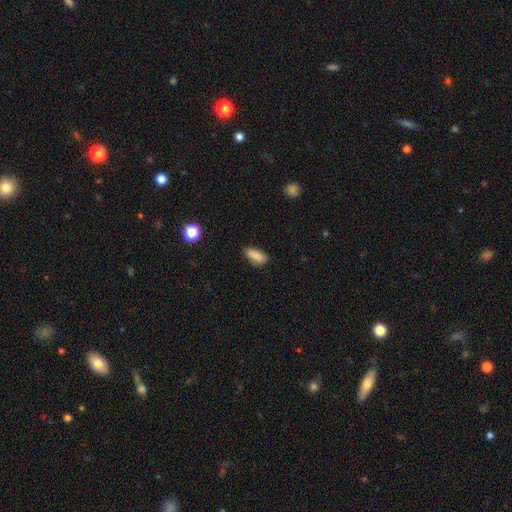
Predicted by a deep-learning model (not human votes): Smooth or featured? smooth (85%)
How rounded? in between (77%)
Merging? none (80%)